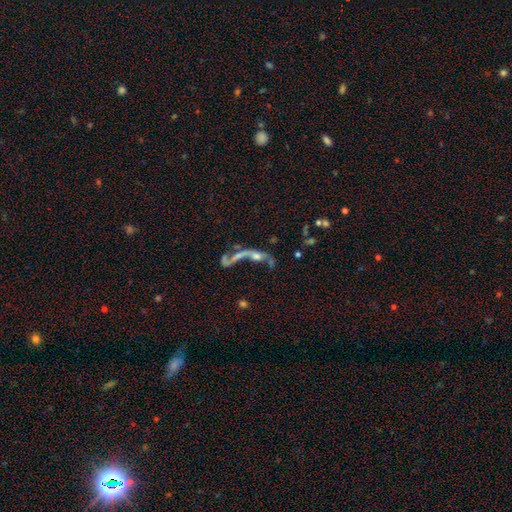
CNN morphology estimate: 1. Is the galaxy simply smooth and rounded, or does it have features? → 57% featured or disk, 27% smooth, 17% star or artifact.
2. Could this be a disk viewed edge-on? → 79% no, 21% yes.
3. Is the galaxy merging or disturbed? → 40% merger, 31% major disturbance, 20% none, 9% minor disturbance.